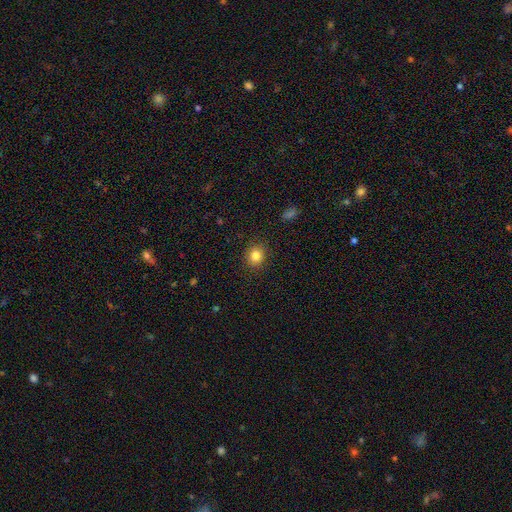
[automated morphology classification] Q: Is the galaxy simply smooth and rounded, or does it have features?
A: smooth — 83%.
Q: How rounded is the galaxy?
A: round — 83%.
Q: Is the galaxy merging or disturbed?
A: none — 89%.